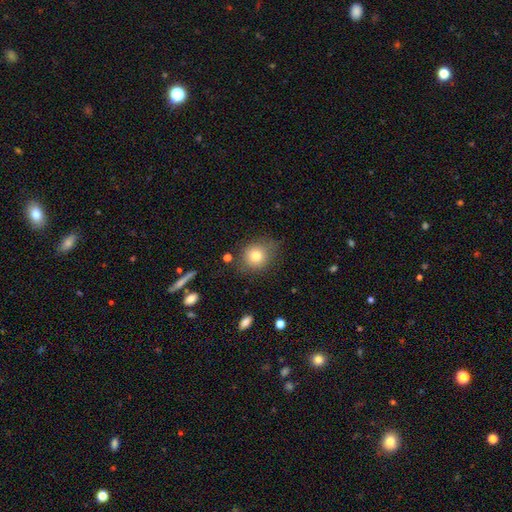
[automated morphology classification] Smooth or featured?
  - smooth: 79% *
  - star or artifact: 11%
  - featured or disk: 10%
How rounded?
  - round: 77% *
  - in between: 22%
  - cigar-shaped: 1%
Merging?
  - none: 71% *
  - minor disturbance: 20%
  - major disturbance: 6%
  - merger: 3%